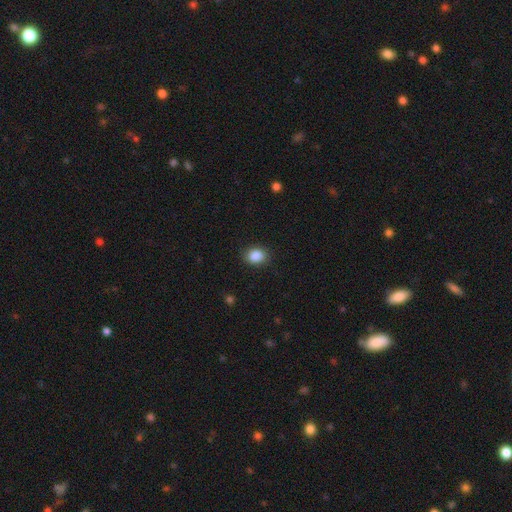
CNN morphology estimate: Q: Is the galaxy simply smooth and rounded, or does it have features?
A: smooth — 88%.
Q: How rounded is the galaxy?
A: in between — 53%.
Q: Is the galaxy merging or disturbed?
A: none — 87%.